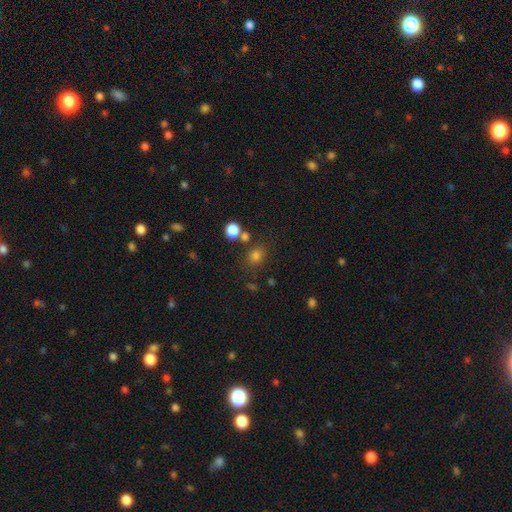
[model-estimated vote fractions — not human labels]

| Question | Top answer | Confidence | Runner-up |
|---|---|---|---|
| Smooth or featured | smooth | 75% | star or artifact (19%) |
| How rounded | round | 71% | in between (28%) |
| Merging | none | 75% | minor disturbance (11%) |